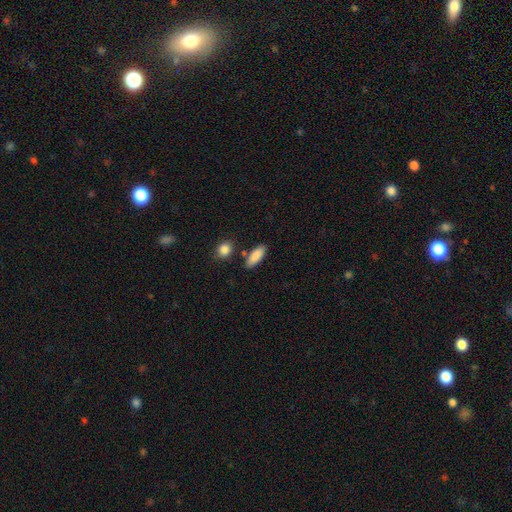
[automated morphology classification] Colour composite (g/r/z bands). It shows a smooth galaxy with no disk features (88%) that is in between round and cigar-shaped (76%). Merging: none (81%).